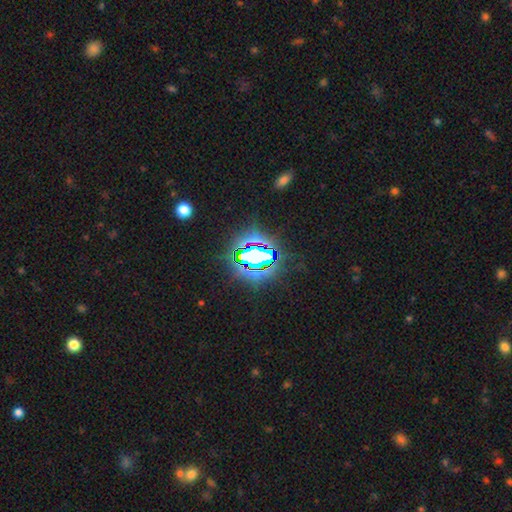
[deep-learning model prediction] Q: Smooth or featured?
A: star or artifact (76%); runner-up: smooth (13%)